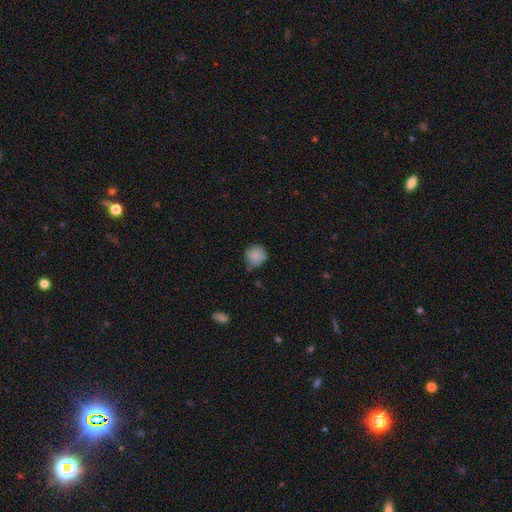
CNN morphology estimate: smooth_or_featured: smooth (p=0.84) [alt: star or artifact p=0.09]
how_rounded: round (p=0.89) [alt: in between p=0.10]
merging: none (p=0.63) [alt: minor disturbance p=0.28]